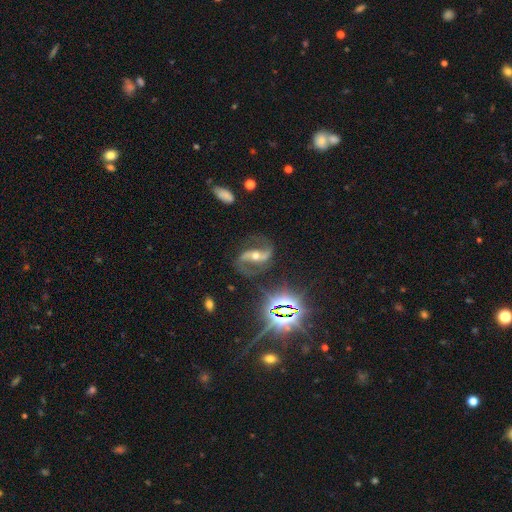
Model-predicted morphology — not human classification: This is clearly a featured or disk galaxy (84%). It is clearly not viewed edge-on (96%). Bar: possibly strong (48%). Spiral arm pattern: clearly yes (96%). Spiral arm count: clearly 2 (94%). Spiral winding: possibly loose (51%). Central bulge: likely moderate (62%). Merging: likely none (77%).